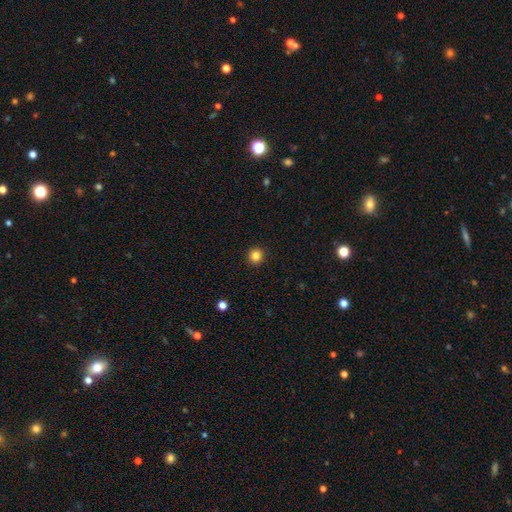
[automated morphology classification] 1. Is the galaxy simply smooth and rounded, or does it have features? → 84% smooth, 12% star or artifact, 4% featured or disk.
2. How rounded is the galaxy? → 95% round, 4% in between, 1% cigar-shaped.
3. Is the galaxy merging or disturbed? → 93% none, 4% minor disturbance, 2% major disturbance, 1% merger.